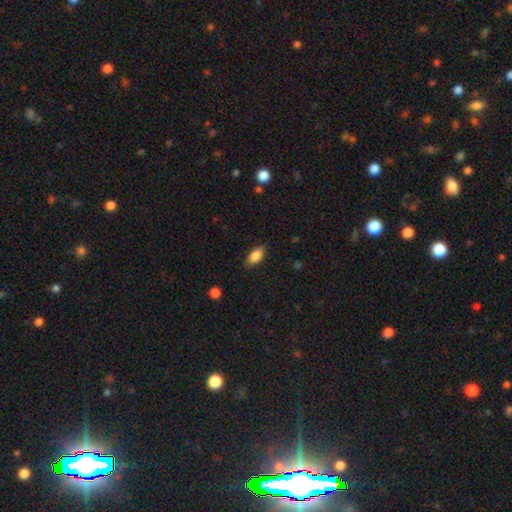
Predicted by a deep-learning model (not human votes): Smooth or featured? smooth (87%)
How rounded? in between (90%)
Merging? none (84%)